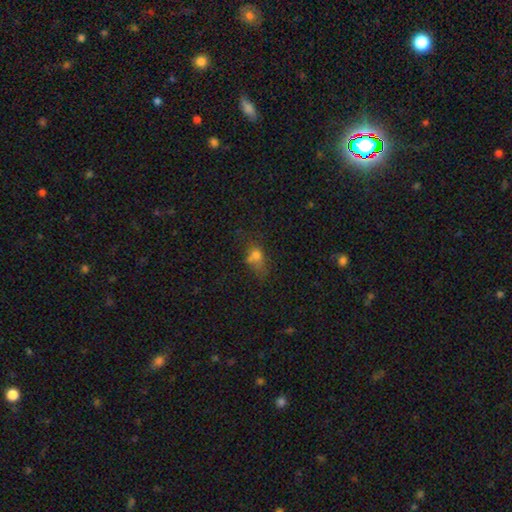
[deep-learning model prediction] Smooth or featured? smooth (64%)
How rounded? in between (57%)
Merging? none (35%)